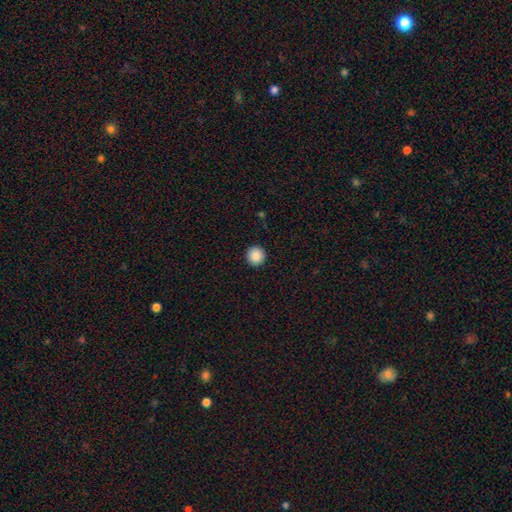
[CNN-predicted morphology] Overall: smooth (88%). How rounded: round (94%). Merging: none (93%).